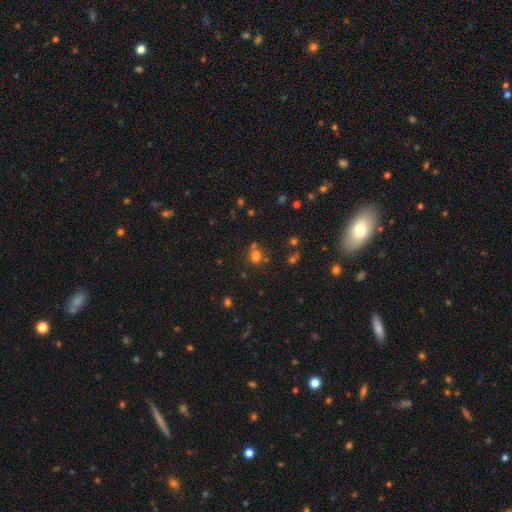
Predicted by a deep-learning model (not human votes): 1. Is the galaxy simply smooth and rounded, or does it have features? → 64% smooth, 27% star or artifact, 10% featured or disk.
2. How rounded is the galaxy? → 60% round, 38% in between, 1% cigar-shaped.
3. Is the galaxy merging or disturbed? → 56% none, 26% merger, 12% minor disturbance, 6% major disturbance.